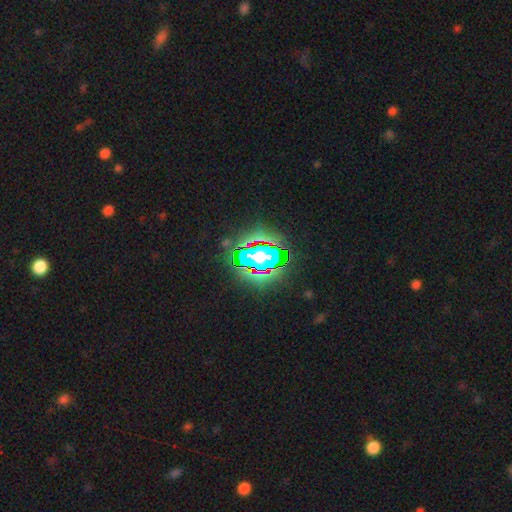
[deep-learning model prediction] This is possibly a star or artifact rather than a galaxy (57%).